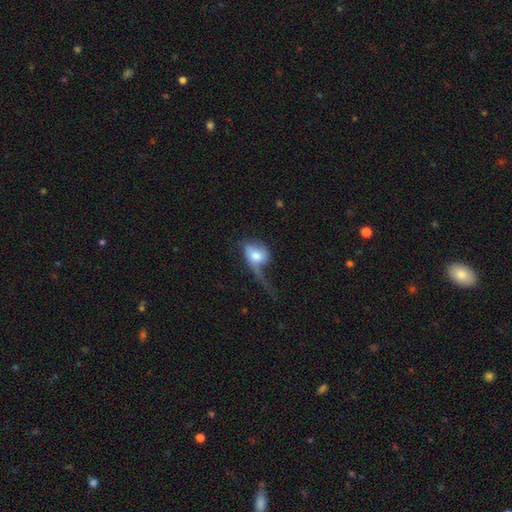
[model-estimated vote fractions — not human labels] The model was most divided on "smooth or featured": smooth: 57%, featured or disk: 35%, star or artifact: 7%. More confident: how rounded — in between (70%); merging — major disturbance (57%).